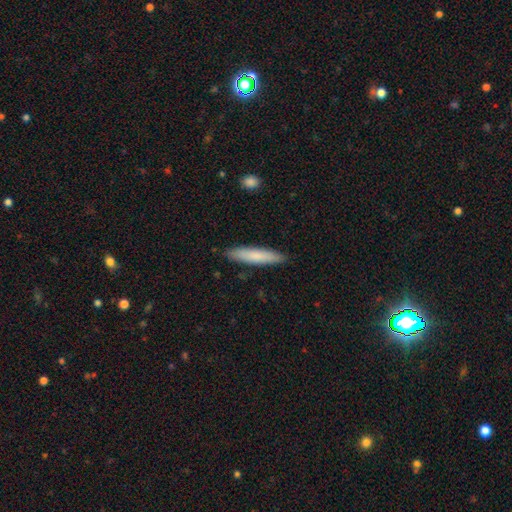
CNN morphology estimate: This is likely a smooth galaxy (77%). How rounded: clearly cigar-shaped (89%). Merging: clearly none (90%).